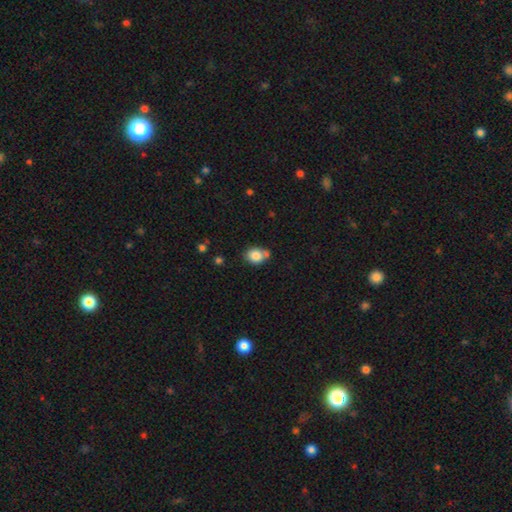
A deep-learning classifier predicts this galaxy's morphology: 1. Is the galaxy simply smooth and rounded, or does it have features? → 84% smooth, 9% star or artifact, 7% featured or disk.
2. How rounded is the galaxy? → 62% round, 37% in between, 1% cigar-shaped.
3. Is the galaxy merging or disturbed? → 58% none, 23% merger, 15% minor disturbance, 4% major disturbance.